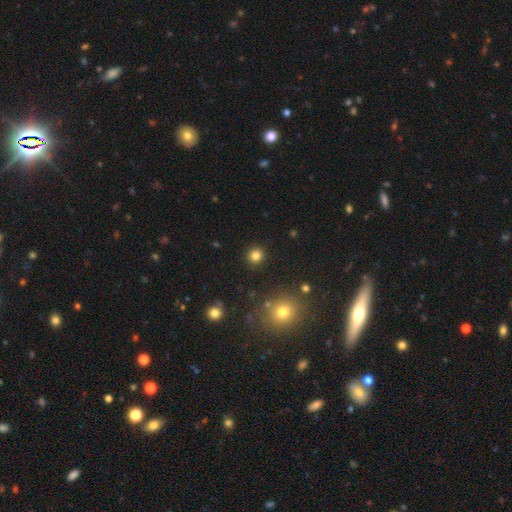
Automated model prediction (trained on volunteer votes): This is clearly a smooth galaxy (81%). How rounded: clearly round (93%). Merging: clearly none (92%).